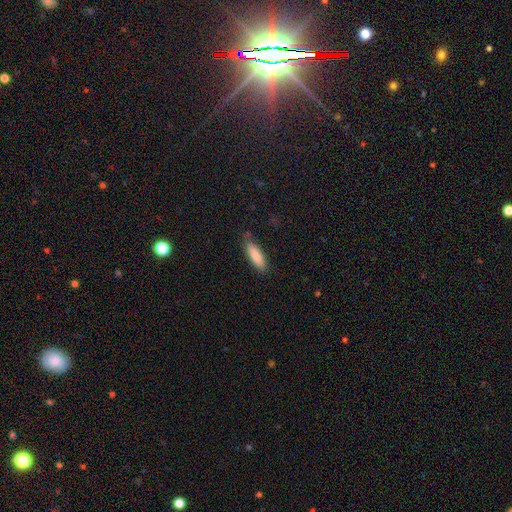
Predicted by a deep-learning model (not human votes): Smooth or featured? Predicted: smooth (p=0.87). How rounded? Predicted: in between (p=0.49, tied with cigar-shaped). Merging? Predicted: none (p=0.81).